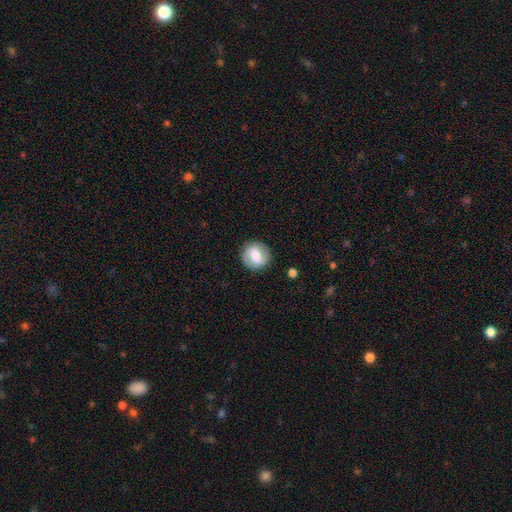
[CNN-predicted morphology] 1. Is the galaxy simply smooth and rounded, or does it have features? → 48% featured or disk, 45% smooth, 7% star or artifact.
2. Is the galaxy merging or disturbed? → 87% none, 9% minor disturbance, 3% major disturbance, 1% merger.